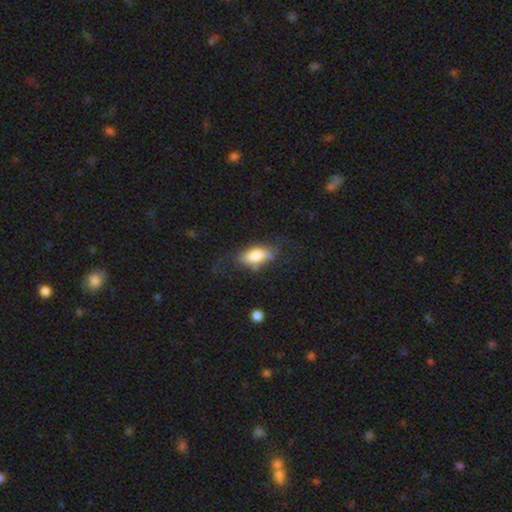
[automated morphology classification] smooth 72%, featured or disk 21%, star or artifact 7%. Down the decision tree: how rounded — in between (87%); merging — none (54%).